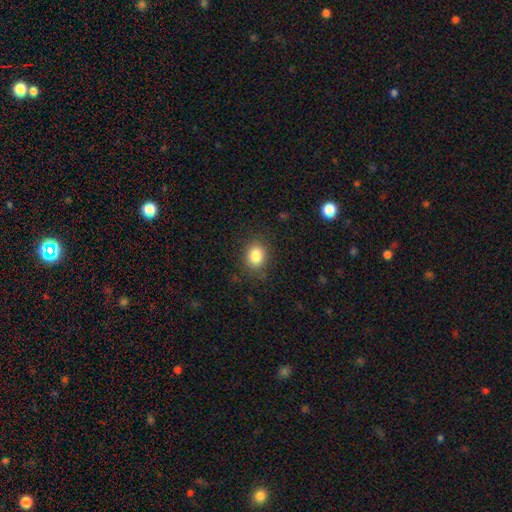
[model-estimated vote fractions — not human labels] smooth_or_featured: smooth (p=0.83) [alt: star or artifact p=0.10]
how_rounded: round (p=0.57) [alt: in between p=0.42]
merging: none (p=0.85) [alt: minor disturbance p=0.11]